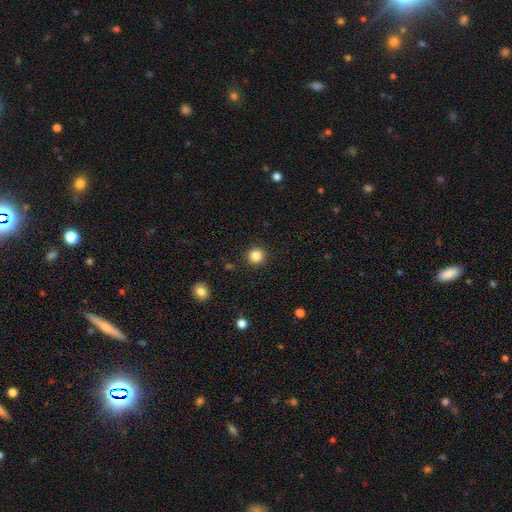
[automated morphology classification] Smooth or featured: smooth — 85% (star or artifact — 11%)
How rounded: round — 94% (in between — 5%)
Merging: none — 91% (minor disturbance — 6%)